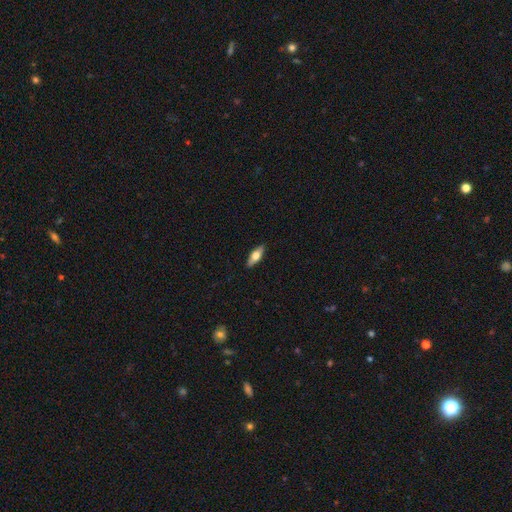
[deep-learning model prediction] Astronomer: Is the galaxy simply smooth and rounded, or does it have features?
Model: smooth — 51% (runner-up: featured or disk, 43%).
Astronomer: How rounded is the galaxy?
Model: in between — 64%.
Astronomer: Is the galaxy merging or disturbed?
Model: none — 88%.